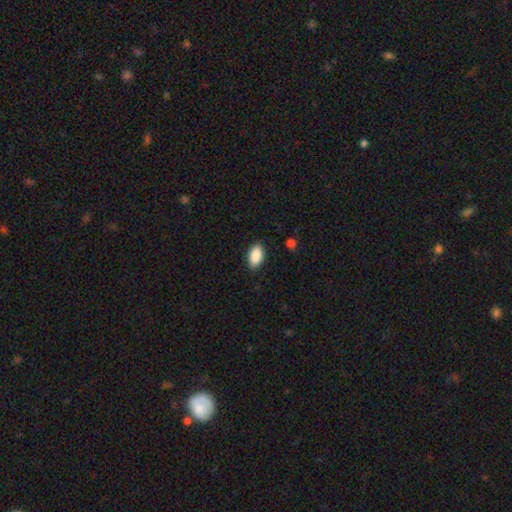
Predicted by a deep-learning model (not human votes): A smooth galaxy with no disk features (90%) that is in between round and cigar-shaped (94%). Merging: none (88%).